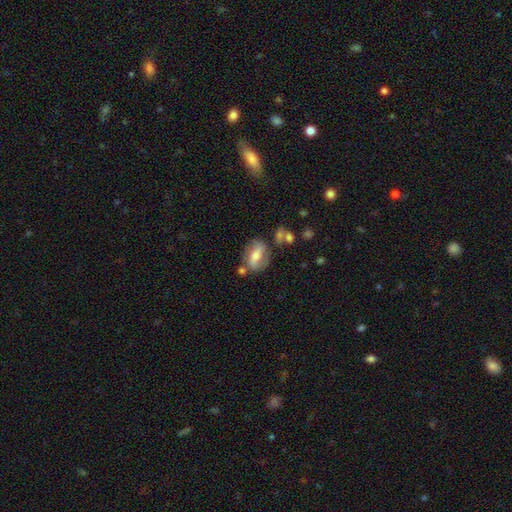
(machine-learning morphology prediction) type=smooth (47%); merging=none (61%).